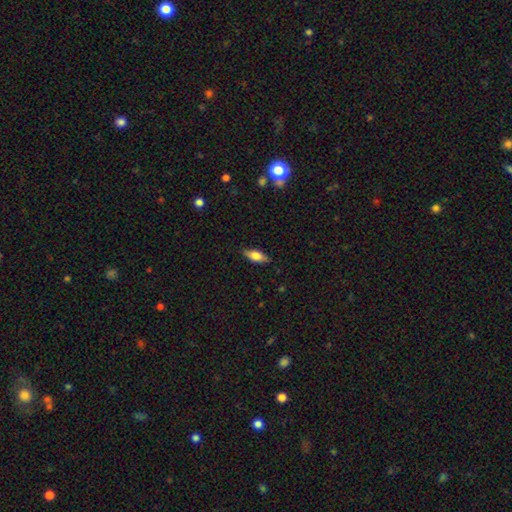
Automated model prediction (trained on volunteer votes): Overall: smooth (68%). How rounded: in between (74%). Merging: none (84%).